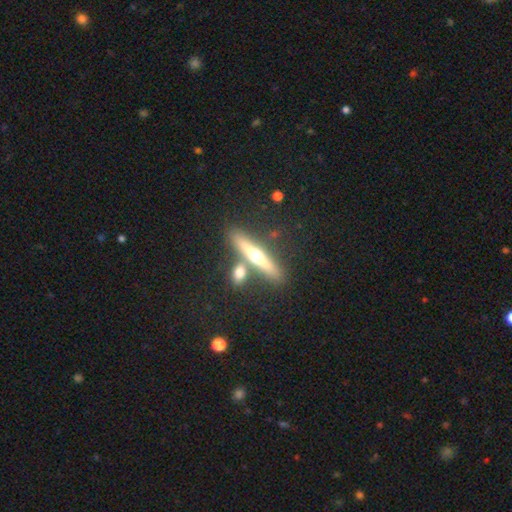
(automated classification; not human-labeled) A featured or disk galaxy (61%) viewed edge-on (92%) with a rounded central bulge (94%). Merging: none (64%).